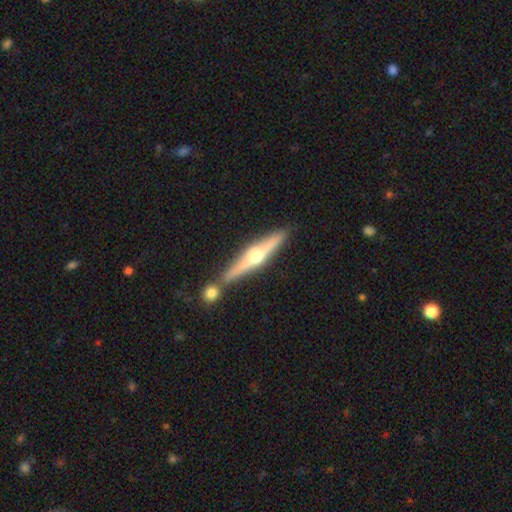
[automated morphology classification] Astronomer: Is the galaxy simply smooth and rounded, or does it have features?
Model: featured or disk — 72%.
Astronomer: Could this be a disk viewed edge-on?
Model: yes — 97%.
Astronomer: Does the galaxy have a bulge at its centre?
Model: rounded — 94%.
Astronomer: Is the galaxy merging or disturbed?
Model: none — 75%.